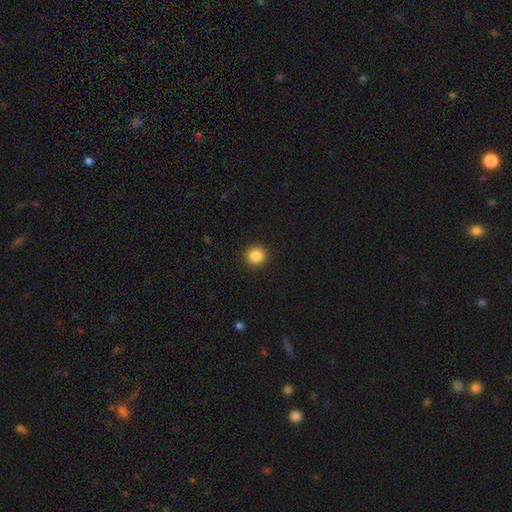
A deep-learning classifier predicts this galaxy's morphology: smooth 86%, star or artifact 10%, featured or disk 4%. Down the decision tree: how rounded — round (94%); merging — none (93%).